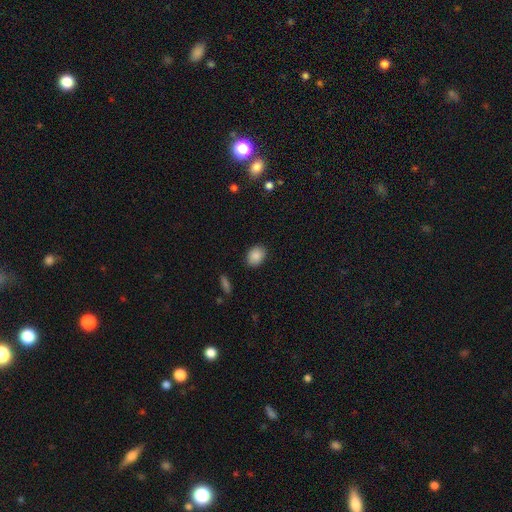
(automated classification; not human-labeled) The model was most divided on "how rounded": in between: 65%, round: 34%, cigar-shaped: 1%. More confident: smooth or featured — smooth (88%); merging — none (87%).